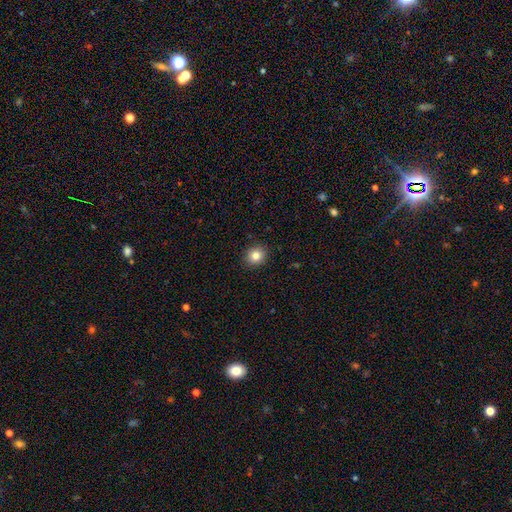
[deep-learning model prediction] smooth 83%, star or artifact 11%, featured or disk 6%. Down the decision tree: how rounded — round (83%); merging — none (91%).